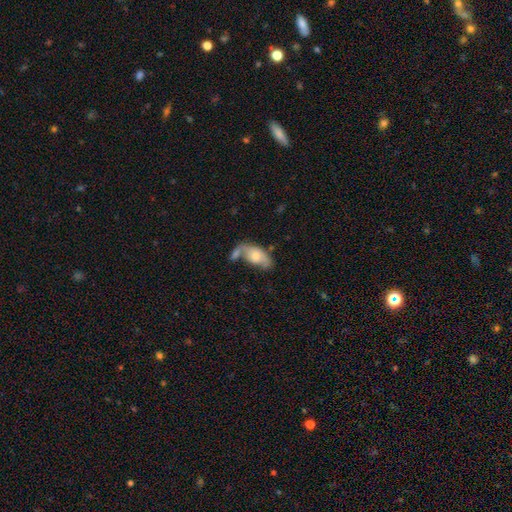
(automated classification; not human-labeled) Smooth or featured?
  - smooth: 62% *
  - featured or disk: 32%
  - star or artifact: 6%
How rounded?
  - in between: 91% *
  - cigar-shaped: 5%
  - round: 4%
Merging?
  - merger: 34% *
  - none: 33%
  - minor disturbance: 20%
  - major disturbance: 12%